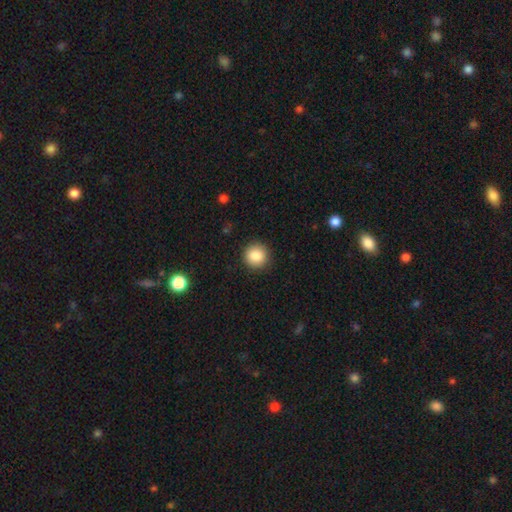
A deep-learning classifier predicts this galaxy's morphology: Smooth or featured?
  - smooth: 85% *
  - star or artifact: 10%
  - featured or disk: 5%
How rounded?
  - round: 93% *
  - in between: 6%
  - cigar-shaped: 1%
Merging?
  - none: 91% *
  - minor disturbance: 6%
  - major disturbance: 2%
  - merger: 1%